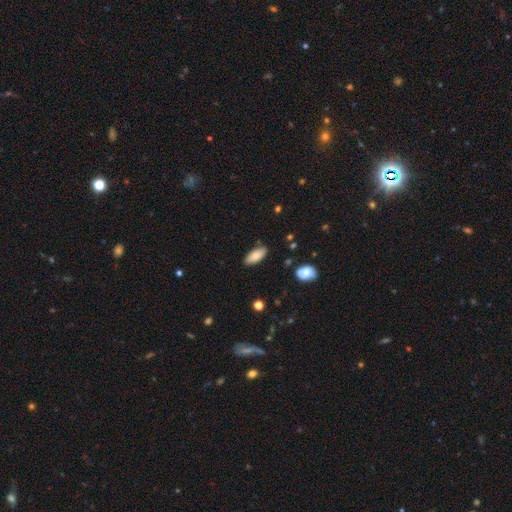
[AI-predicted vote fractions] A smooth galaxy with no disk features (82%) that is in between round and cigar-shaped (83%).

Vote fractions:
- Smooth or featured? smooth: 82% / featured or disk: 12% / star or artifact: 7%
- How rounded? in between: 83% / cigar-shaped: 15% / round: 2%
- Merging? none: 85% / minor disturbance: 11% / major disturbance: 2% / merger: 2%